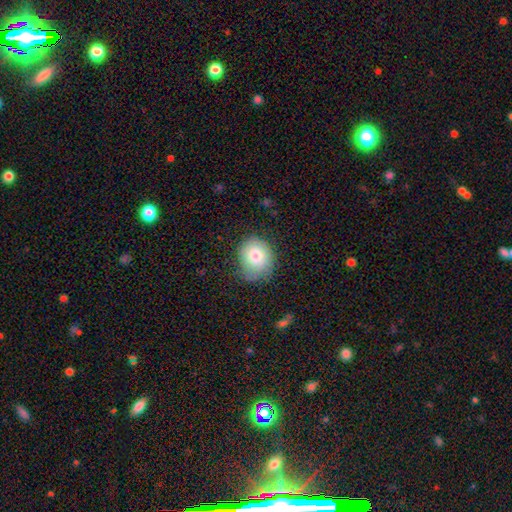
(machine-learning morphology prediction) The model was most divided on "how rounded": round: 65%, in between: 34%, cigar-shaped: 1%. More confident: smooth or featured — smooth (78%); merging — none (67%).